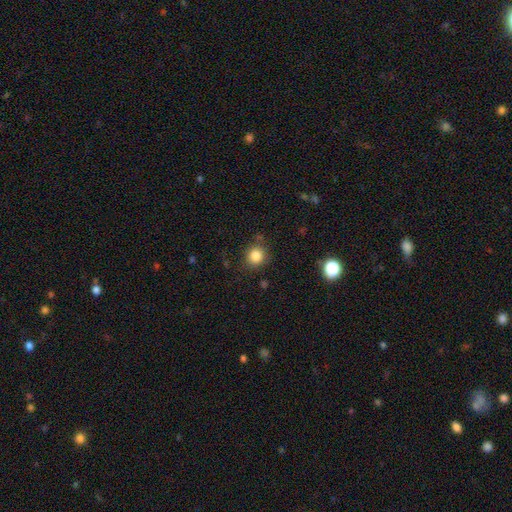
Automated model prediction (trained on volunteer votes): Q: Smooth or featured?
A: smooth (84%); runner-up: star or artifact (11%)
Q: How rounded?
A: round (86%); runner-up: in between (13%)
Q: Merging?
A: none (82%); runner-up: minor disturbance (11%)